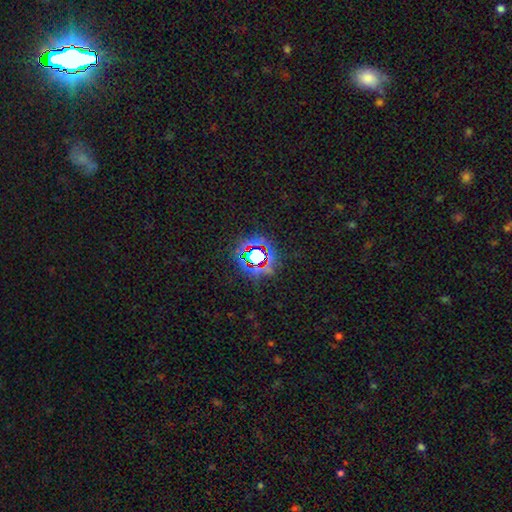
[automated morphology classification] star or artifact 77%, smooth 14%, featured or disk 9%.